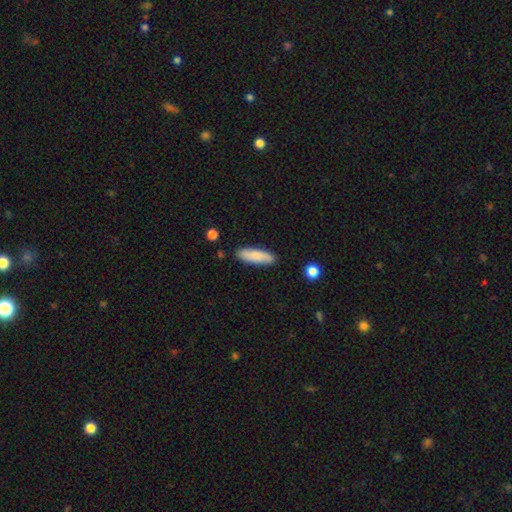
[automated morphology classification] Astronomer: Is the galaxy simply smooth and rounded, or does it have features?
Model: smooth — 82%.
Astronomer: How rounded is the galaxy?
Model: cigar-shaped — 55% (runner-up: in between, 44%).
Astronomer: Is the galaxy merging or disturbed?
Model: none — 85%.